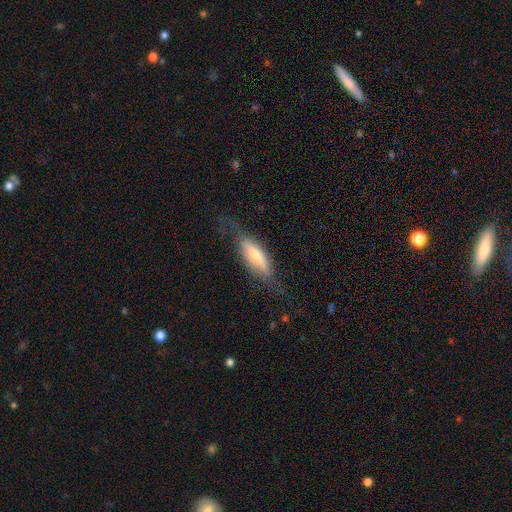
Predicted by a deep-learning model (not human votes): The model was most divided on "smooth or featured": smooth: 54%, featured or disk: 39%, star or artifact: 7%. More confident: how rounded — in between (59%); merging — none (58%).